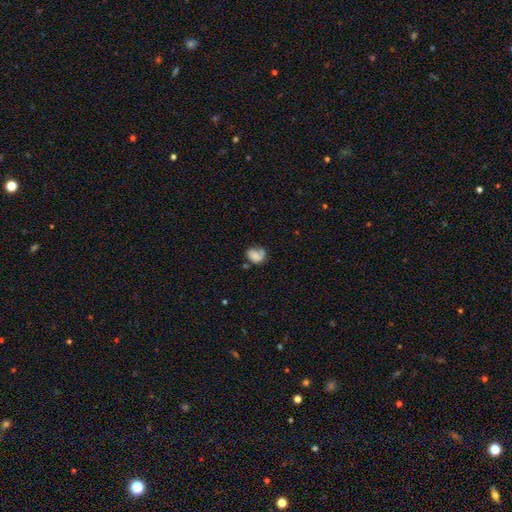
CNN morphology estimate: Overall: smooth (51%; featured or disk 39%). How rounded: in between (55%; round 44%). Merging: none (45%; minor disturbance 25%).